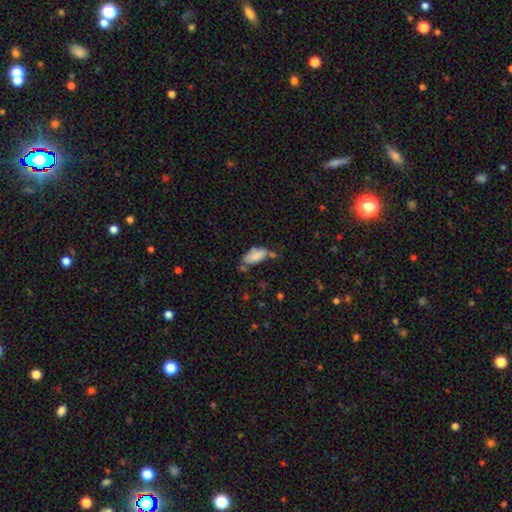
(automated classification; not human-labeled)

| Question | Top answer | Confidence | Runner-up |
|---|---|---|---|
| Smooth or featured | smooth | 78% | featured or disk (14%) |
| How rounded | in between | 87% | cigar-shaped (11%) |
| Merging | none | 42% | minor disturbance (31%) |